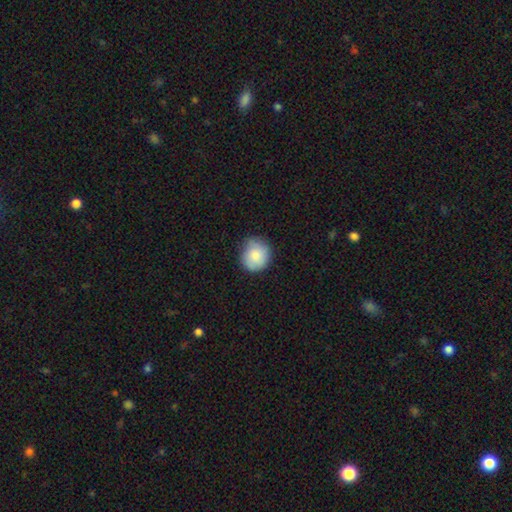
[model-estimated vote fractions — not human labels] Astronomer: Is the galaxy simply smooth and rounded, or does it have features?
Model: smooth — 81%.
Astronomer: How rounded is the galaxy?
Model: round — 85%.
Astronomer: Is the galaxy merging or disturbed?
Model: none — 75%.